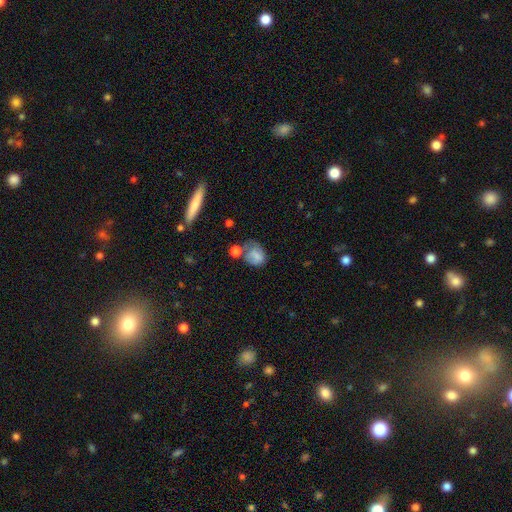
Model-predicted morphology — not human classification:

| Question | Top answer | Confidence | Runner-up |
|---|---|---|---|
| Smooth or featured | smooth | 67% | featured or disk (23%) |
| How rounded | round | 50% | in between (48%) |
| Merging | none | 37% | minor disturbance (28%) |